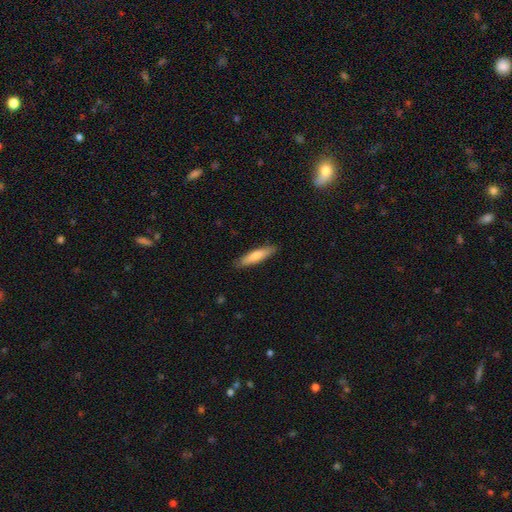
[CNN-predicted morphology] smooth_or_featured: smooth (p=0.76) [alt: featured or disk p=0.19]
how_rounded: cigar-shaped (p=0.77) [alt: in between p=0.22]
merging: none (p=0.88) [alt: minor disturbance p=0.09]